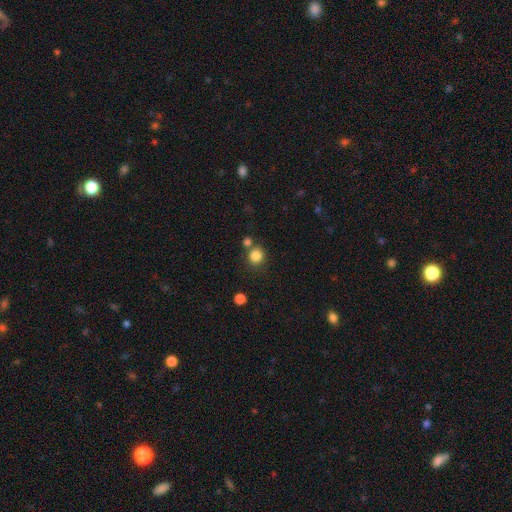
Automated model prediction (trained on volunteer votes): Smooth or featured: smooth — 84% (star or artifact — 11%)
How rounded: round — 88% (in between — 11%)
Merging: none — 71% (merger — 16%)